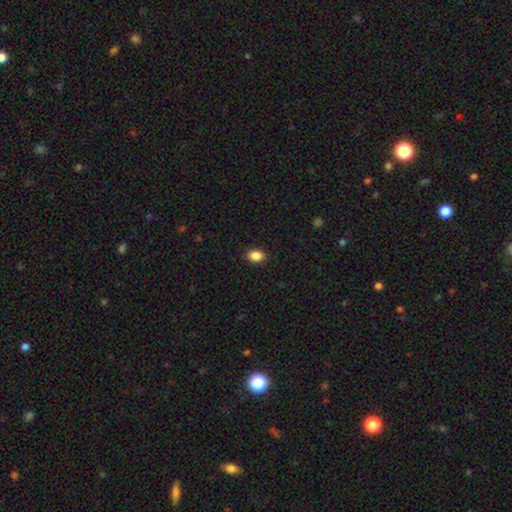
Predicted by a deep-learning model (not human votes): Smooth or featured? smooth (88%)
How rounded? in between (76%)
Merging? none (90%)